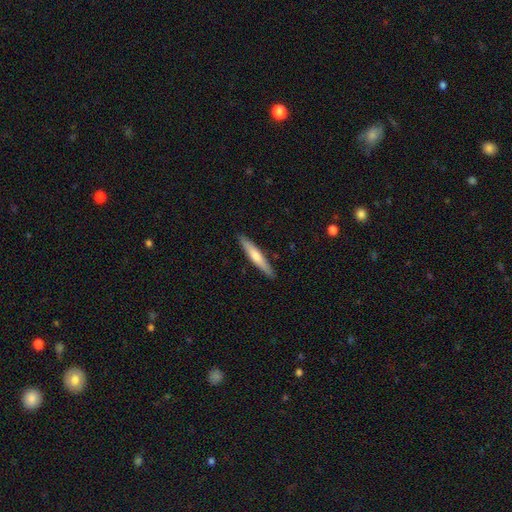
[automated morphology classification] smooth 54%, featured or disk 40%, star or artifact 5%. Down the decision tree: how rounded — cigar-shaped (93%); merging — none (90%).